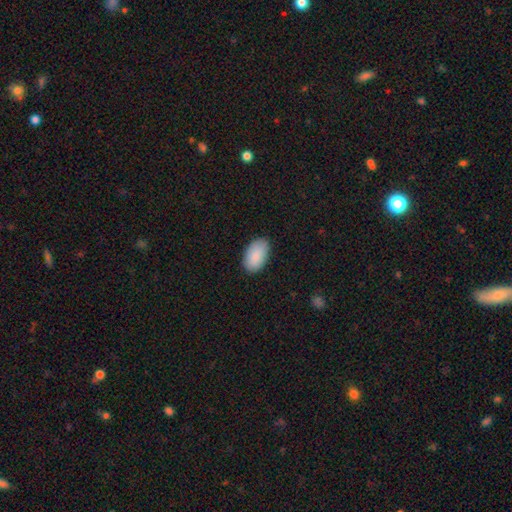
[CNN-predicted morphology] Smooth or featured?
  - smooth: 88% *
  - featured or disk: 6%
  - star or artifact: 6%
How rounded?
  - in between: 94% *
  - round: 4%
  - cigar-shaped: 1%
Merging?
  - none: 84% *
  - minor disturbance: 13%
  - major disturbance: 2%
  - merger: 1%